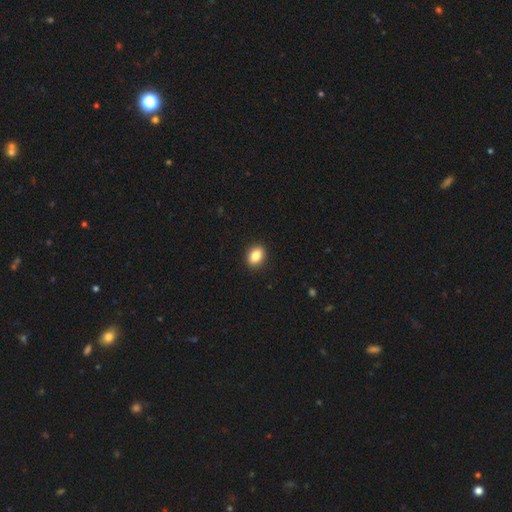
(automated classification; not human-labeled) The model was most divided on "how rounded": in between: 64%, round: 34%, cigar-shaped: 1%. More confident: merging — none (91%); smooth or featured — smooth (86%).